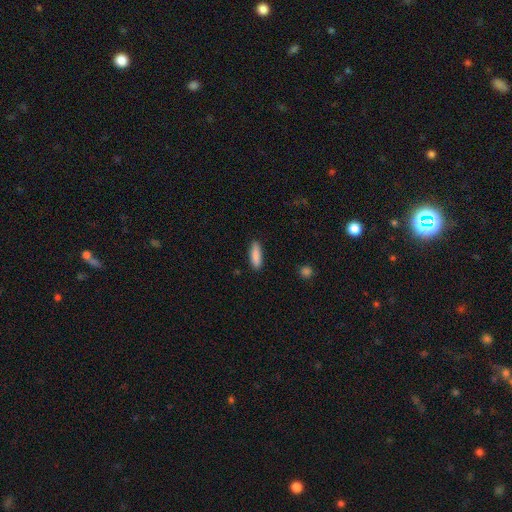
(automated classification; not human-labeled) smooth-or-featured: smooth: 89% | star or artifact: 6% | featured or disk: 5%
  how-rounded: in between: 49% (tied) | cigar-shaped: 49% (tied) | round: 2%
  merging: none: 88% | minor disturbance: 9% | major disturbance: 2% | merger: 1%